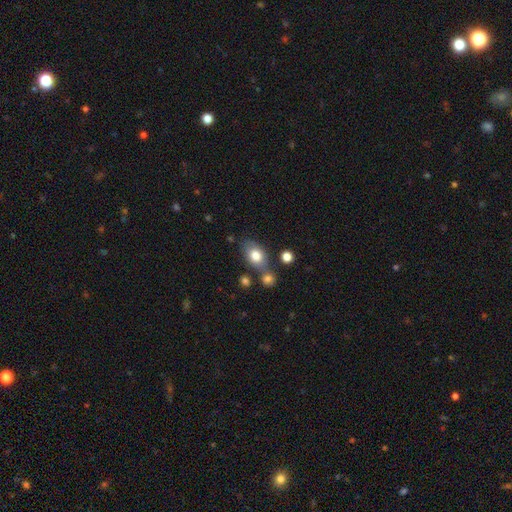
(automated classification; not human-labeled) Smooth or featured?
  - smooth: 79% *
  - featured or disk: 13%
  - star or artifact: 8%
How rounded?
  - in between: 79% *
  - round: 19%
  - cigar-shaped: 2%
Merging?
  - none: 62% *
  - merger: 17%
  - minor disturbance: 16%
  - major disturbance: 5%